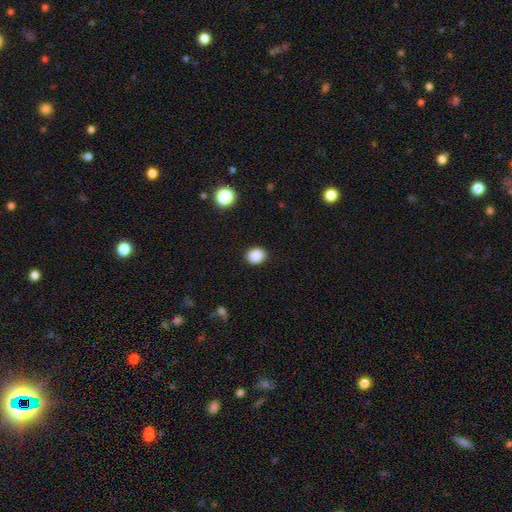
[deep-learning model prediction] smooth 88%, star or artifact 10%, featured or disk 3%. Down the decision tree: how rounded — round (62%); merging — none (90%).